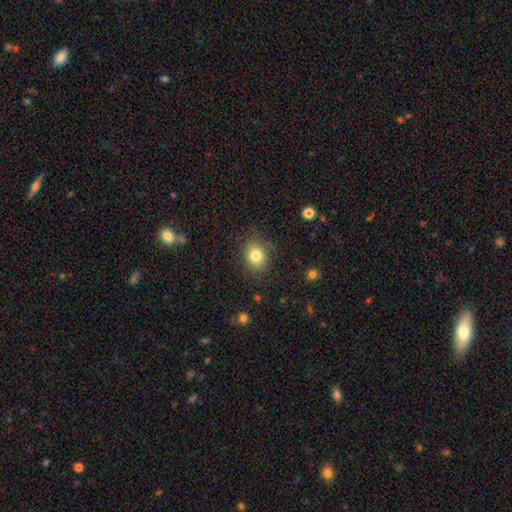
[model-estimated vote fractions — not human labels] Morphology: type=smooth (81%); roundness=round (55%); merging=none (81%).